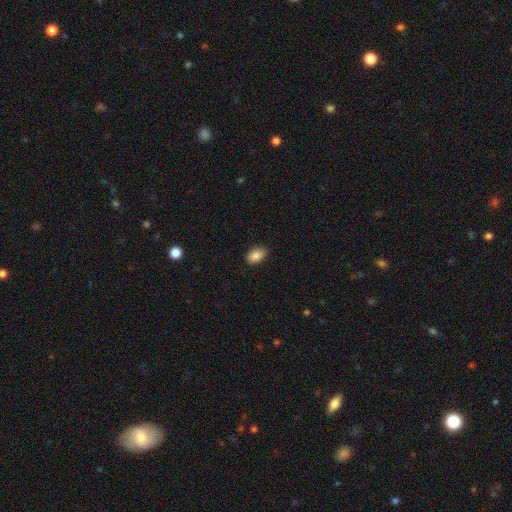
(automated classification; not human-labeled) Smooth or featured: smooth — 87% (star or artifact — 8%)
How rounded: in between — 90% (round — 9%)
Merging: none — 87% (minor disturbance — 10%)